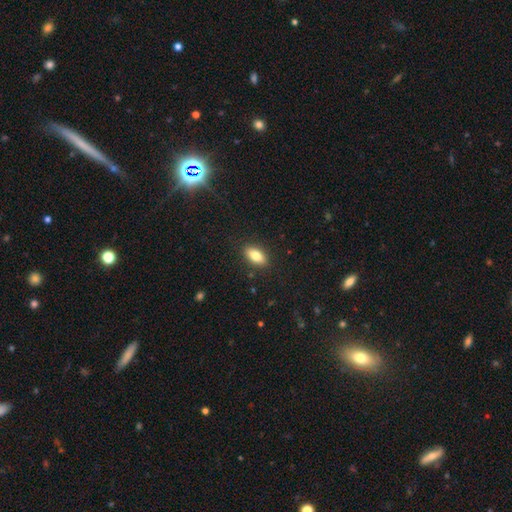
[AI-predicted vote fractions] Smooth or featured?
  - smooth: 80% *
  - featured or disk: 12%
  - star or artifact: 8%
How rounded?
  - in between: 88% *
  - cigar-shaped: 7%
  - round: 5%
Merging?
  - none: 88% *
  - minor disturbance: 9%
  - major disturbance: 2%
  - merger: 1%